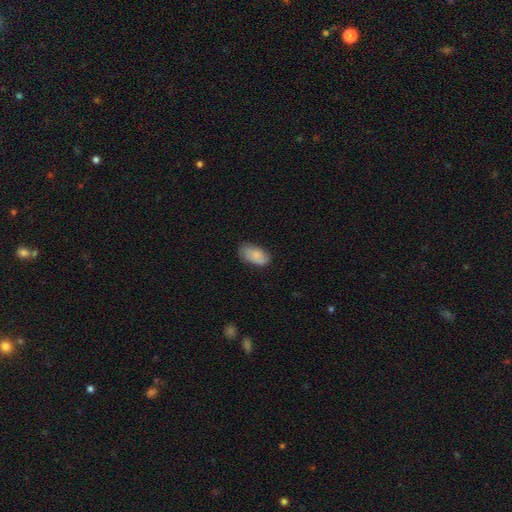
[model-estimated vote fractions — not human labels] smooth_or_featured: smooth (p=0.82) [alt: featured or disk p=0.11]
how_rounded: in between (p=0.94) [alt: round p=0.04]
merging: none (p=0.70) [alt: minor disturbance p=0.24]